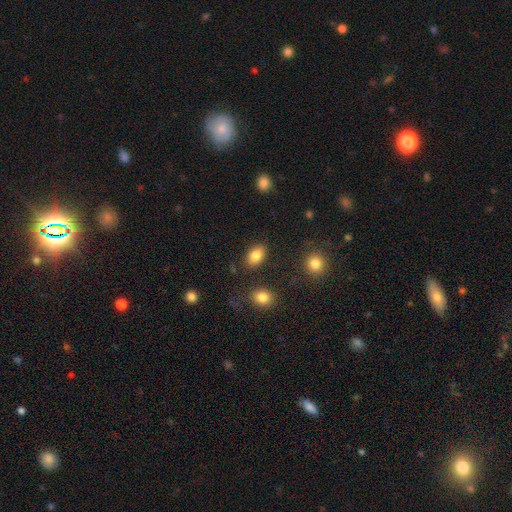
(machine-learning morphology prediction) A smooth galaxy with no disk features (84%) that is in between round and cigar-shaped (88%). Merging: none (84%).